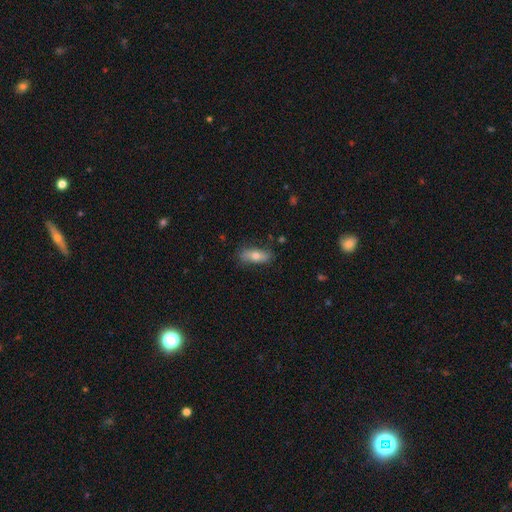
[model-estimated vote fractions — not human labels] smooth 65%, featured or disk 28%, star or artifact 7%. Down the decision tree: how rounded — in between (69%); merging — none (78%).